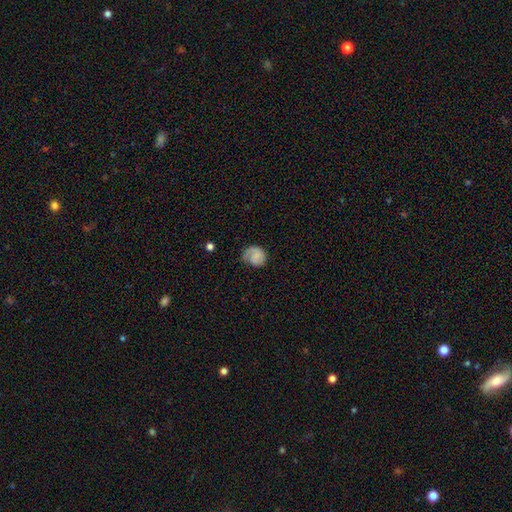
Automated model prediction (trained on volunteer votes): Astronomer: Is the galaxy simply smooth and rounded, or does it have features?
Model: smooth — 50% (runner-up: featured or disk, 42%).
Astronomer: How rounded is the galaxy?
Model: round — 72%.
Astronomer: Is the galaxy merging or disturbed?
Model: none — 56%.